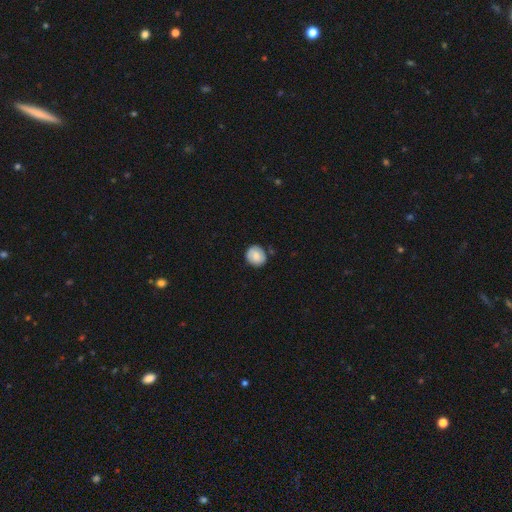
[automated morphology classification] smooth 68%, featured or disk 24%, star or artifact 8%. Down the decision tree: how rounded — round (82%); merging — none (78%).